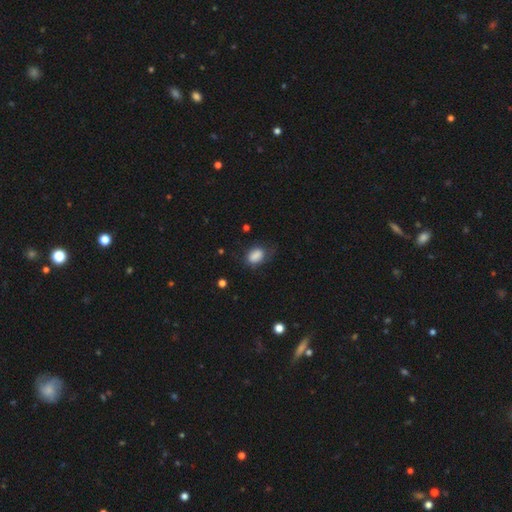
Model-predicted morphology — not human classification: smooth-or-featured: smooth: 84% | star or artifact: 9% | featured or disk: 8%
  how-rounded: in between: 83% | round: 15% | cigar-shaped: 2%
  merging: none: 57% | minor disturbance: 29% | major disturbance: 12% | merger: 2%